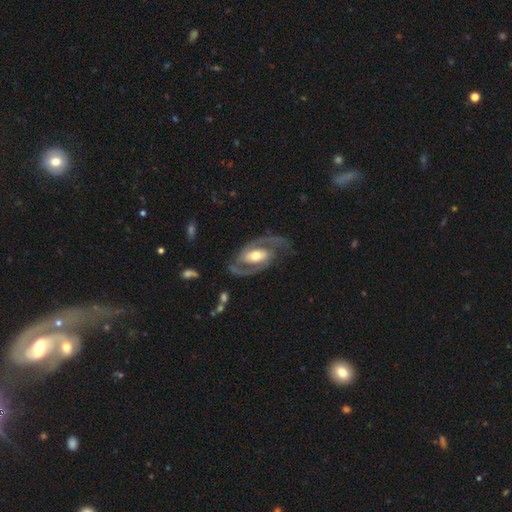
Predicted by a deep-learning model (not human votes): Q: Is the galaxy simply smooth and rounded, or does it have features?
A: featured or disk — 90%.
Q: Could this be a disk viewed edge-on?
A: no — 97%.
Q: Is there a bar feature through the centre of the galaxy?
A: no — 36%, tied with weak.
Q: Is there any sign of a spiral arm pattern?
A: yes — 95%.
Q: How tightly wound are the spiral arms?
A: medium — 53%.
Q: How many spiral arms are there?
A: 2 — 92%.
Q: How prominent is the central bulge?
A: moderate — 69%.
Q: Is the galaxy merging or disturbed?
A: none — 77%.